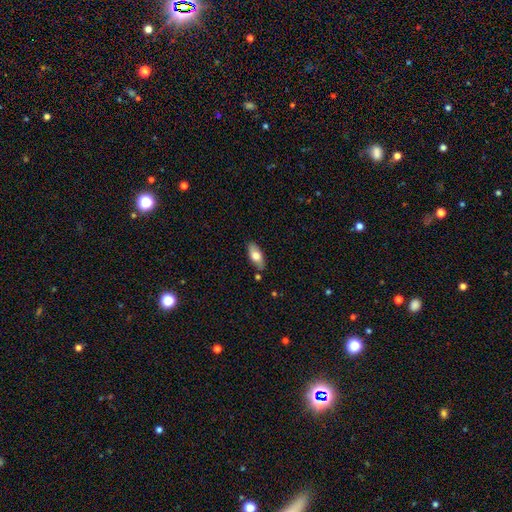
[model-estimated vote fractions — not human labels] smooth_or_featured: smooth (p=0.72) [alt: featured or disk p=0.22]
how_rounded: in between (p=0.84) [alt: cigar-shaped p=0.14]
merging: none (p=0.81) [alt: minor disturbance p=0.14]